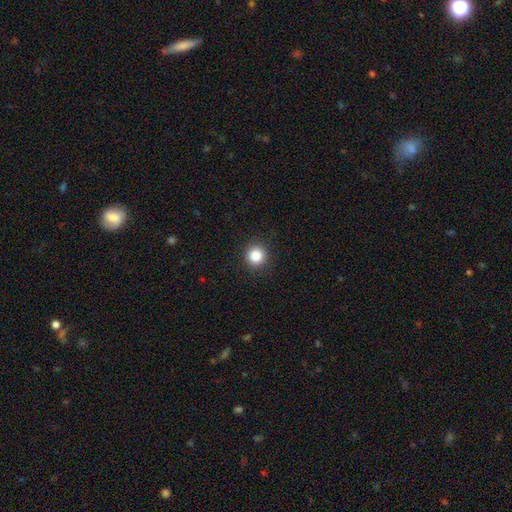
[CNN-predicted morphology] A smooth galaxy with no disk features (85%) that is round (94%). Merging: none (91%).